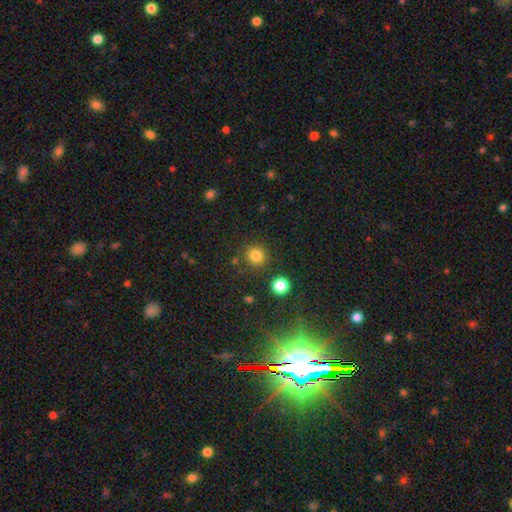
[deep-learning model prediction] A smooth galaxy with no disk features (82%) that is round (90%).

Vote fractions:
- Smooth or featured? smooth: 82% / star or artifact: 13% / featured or disk: 5%
- How rounded? round: 90% / in between: 9% / cigar-shaped: 1%
- Merging? none: 85% / minor disturbance: 8% / merger: 4% / major disturbance: 3%